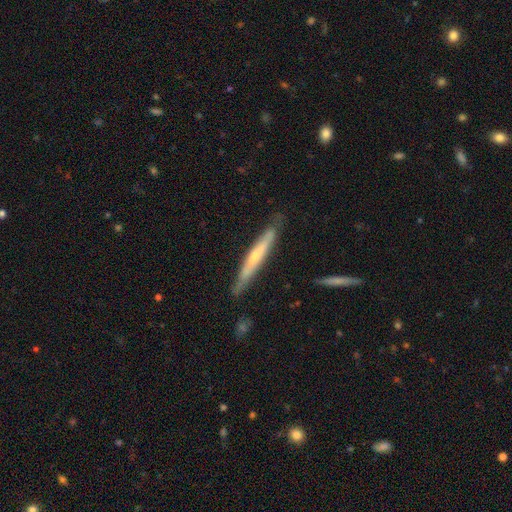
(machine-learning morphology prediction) A featured or disk galaxy (56%) viewed edge-on (88%).

Vote fractions:
- Smooth or featured? featured or disk: 56% / smooth: 38% / star or artifact: 6%
- Edge-on disk? yes: 88% / no: 12%
- Merging? none: 79% / minor disturbance: 17% / major disturbance: 3% / merger: 2%